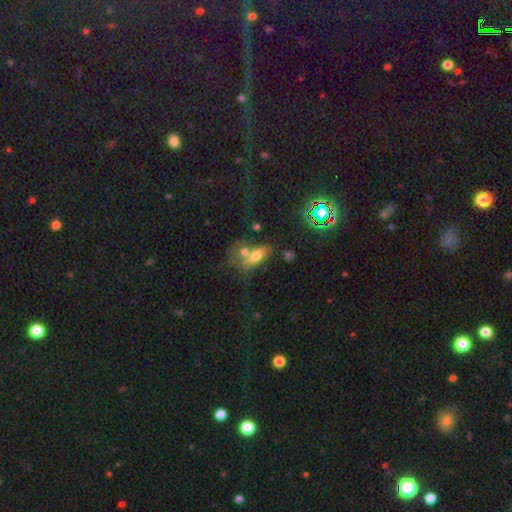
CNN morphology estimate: smooth 63%, featured or disk 25%, star or artifact 12%. Down the decision tree: how rounded — in between (76%); merging — merger (53%).